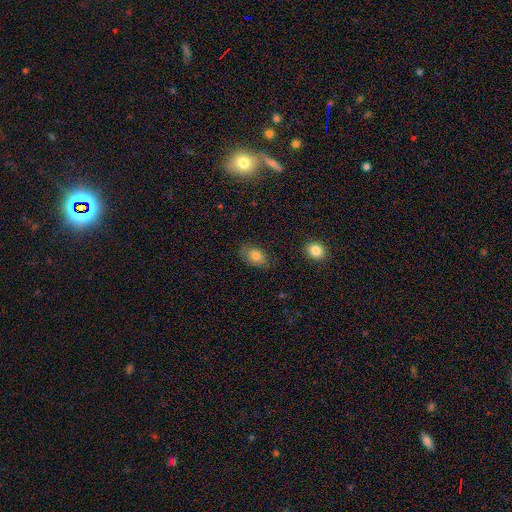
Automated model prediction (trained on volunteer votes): smooth 79%, featured or disk 11%, star or artifact 9%. Down the decision tree: how rounded — in between (83%); merging — none (77%).